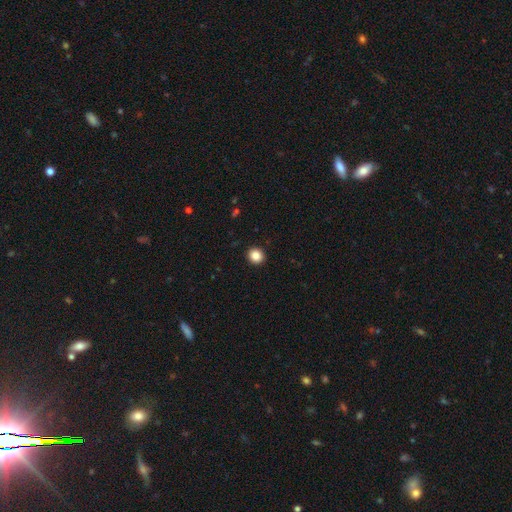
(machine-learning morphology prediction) smooth 86%, star or artifact 10%, featured or disk 4%. Down the decision tree: how rounded — round (84%); merging — none (93%).